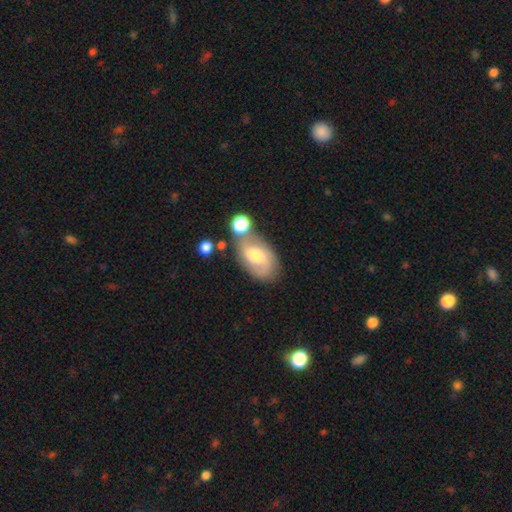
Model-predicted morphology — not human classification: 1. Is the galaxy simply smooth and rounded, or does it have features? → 48% featured or disk, 44% smooth, 8% star or artifact.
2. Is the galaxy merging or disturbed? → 56% none, 20% minor disturbance, 16% merger, 8% major disturbance.